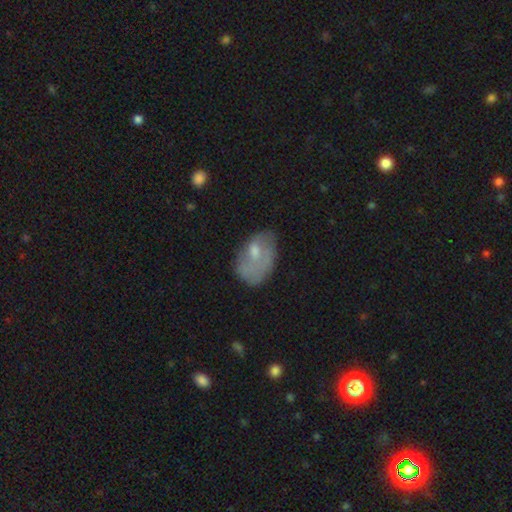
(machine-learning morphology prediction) type=smooth (52%); roundness=in between (86%); merging=none (42%).